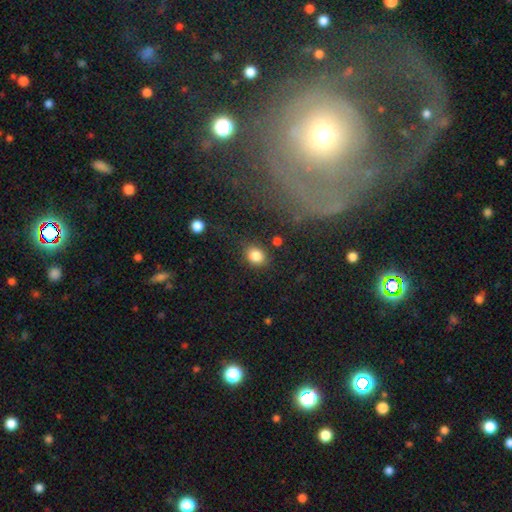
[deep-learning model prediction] The model was most divided on "how rounded": round: 56%, in between: 43%, cigar-shaped: 1%. More confident: smooth or featured — smooth (84%); merging — none (81%).